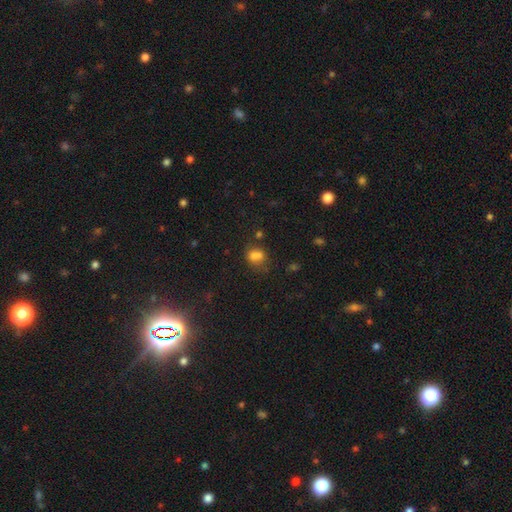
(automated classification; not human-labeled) This is likely a smooth galaxy (72%). How rounded: possibly in between (51%). Merging: marginally none (41%).